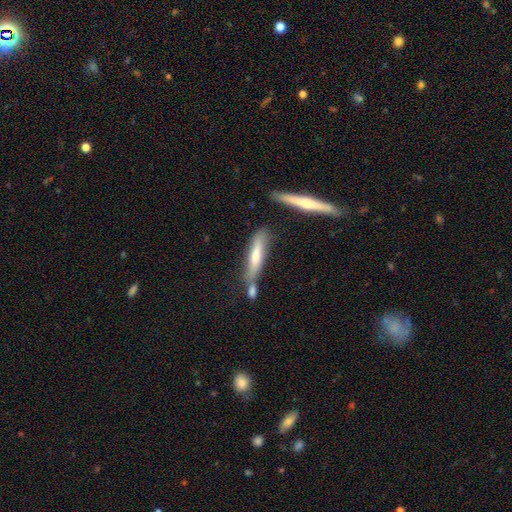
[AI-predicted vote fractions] smooth_or_featured: featured or disk (p=0.55) [alt: smooth p=0.36]
disk_edge_on: yes (p=0.89) [alt: no p=0.11]
merging: none (p=0.69) [alt: minor disturbance p=0.16]